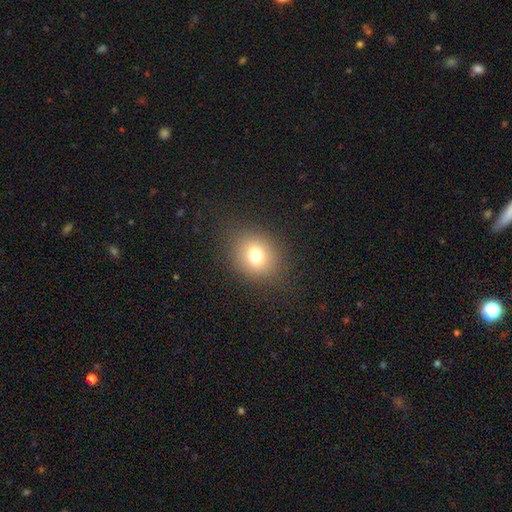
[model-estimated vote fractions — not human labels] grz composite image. It shows a smooth galaxy with no disk features (74%) that is round (64%). Merging: none (84%).